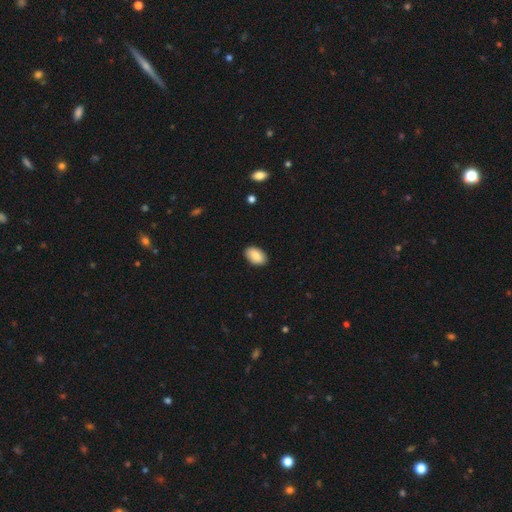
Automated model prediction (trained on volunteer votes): The model was most divided on "smooth or featured": smooth: 86%, featured or disk: 7%, star or artifact: 7%. More confident: how rounded — in between (93%); merging — none (89%).